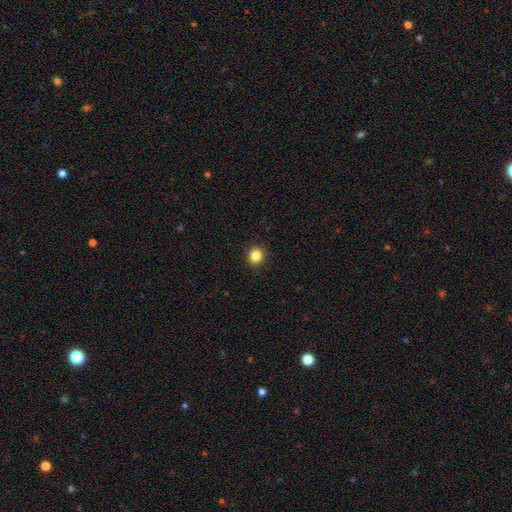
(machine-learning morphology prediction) A smooth galaxy with no disk features (85%) that is round (78%).

Vote fractions:
- Smooth or featured? smooth: 85% / star or artifact: 11% / featured or disk: 4%
- How rounded? round: 78% / in between: 21% / cigar-shaped: 1%
- Merging? none: 92% / minor disturbance: 6% / major disturbance: 2% / merger: 1%